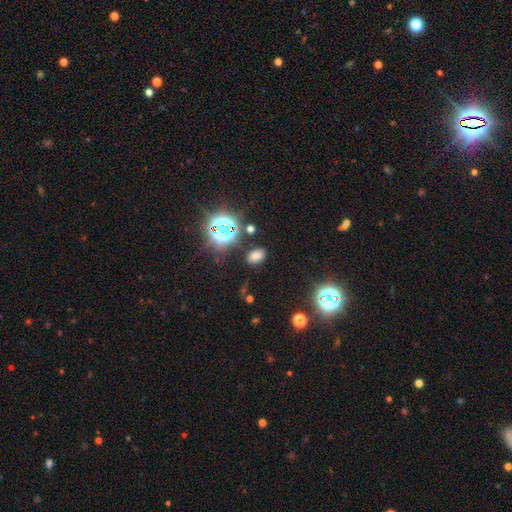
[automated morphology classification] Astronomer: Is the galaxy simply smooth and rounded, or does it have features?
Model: smooth — 67%.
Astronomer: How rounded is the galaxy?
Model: in between — 82%.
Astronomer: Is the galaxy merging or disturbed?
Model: none — 84%.